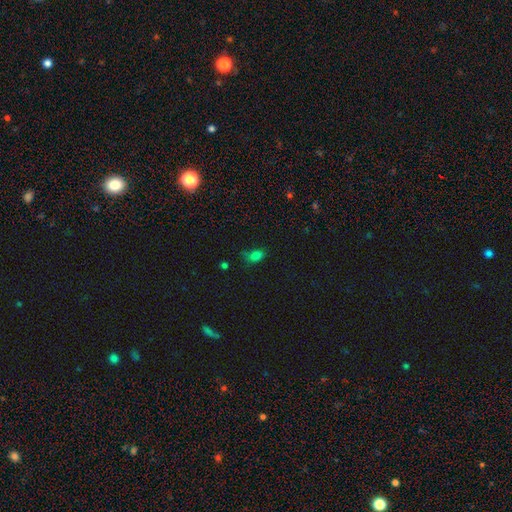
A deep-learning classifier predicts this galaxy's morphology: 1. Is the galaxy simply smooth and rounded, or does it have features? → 74% smooth, 20% star or artifact, 6% featured or disk.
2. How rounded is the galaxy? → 83% in between, 14% round, 4% cigar-shaped.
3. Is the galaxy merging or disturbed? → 55% none, 30% minor disturbance, 11% major disturbance, 4% merger.